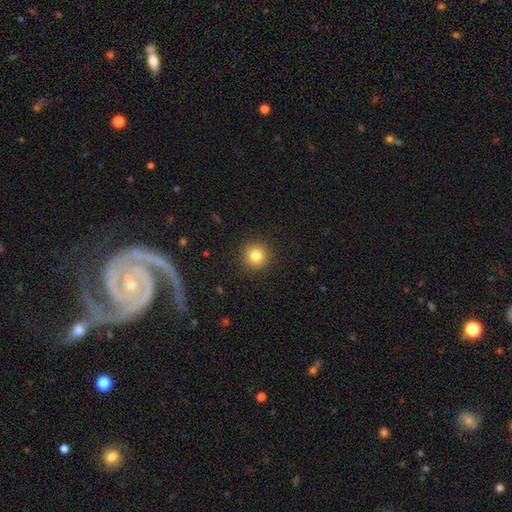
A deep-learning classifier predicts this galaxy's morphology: Smooth or featured: smooth — 81% (star or artifact — 12%)
How rounded: round — 95% (in between — 4%)
Merging: none — 92% (minor disturbance — 5%)